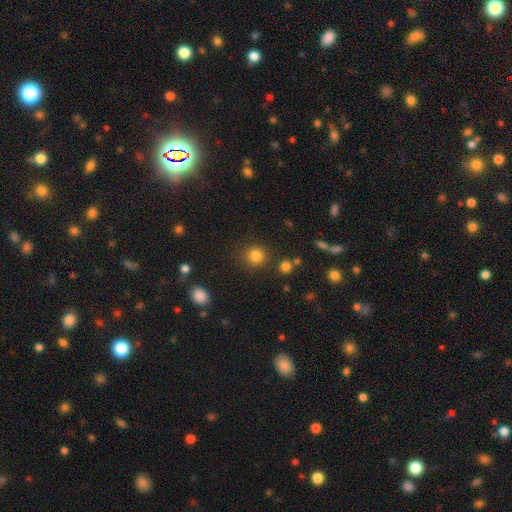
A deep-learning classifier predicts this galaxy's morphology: Overall: smooth (82%). How rounded: round (92%). Merging: none (86%).